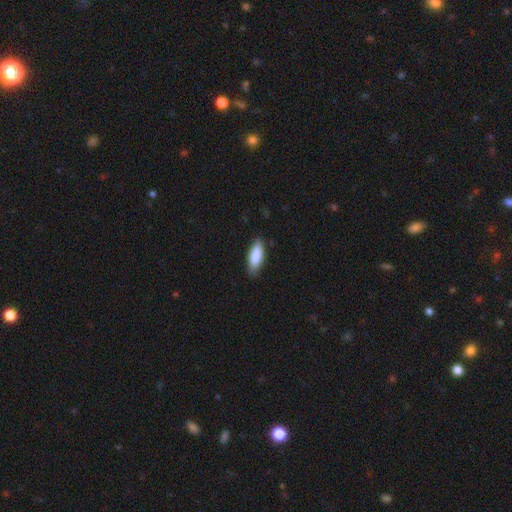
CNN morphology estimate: Overall: smooth (86%). How rounded: in between (69%). Merging: none (83%).